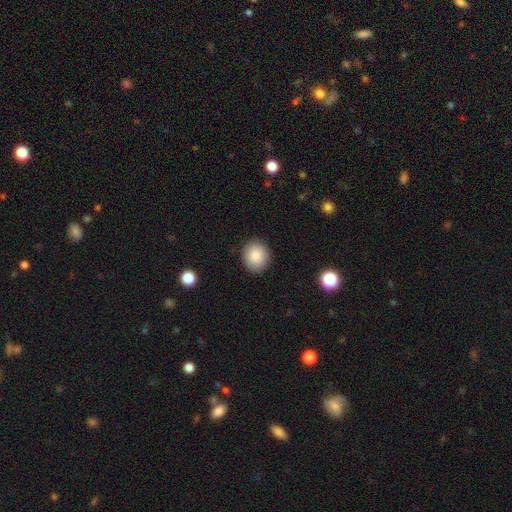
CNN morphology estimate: Overall: smooth (87%). How rounded: round (78%). Merging: none (90%).